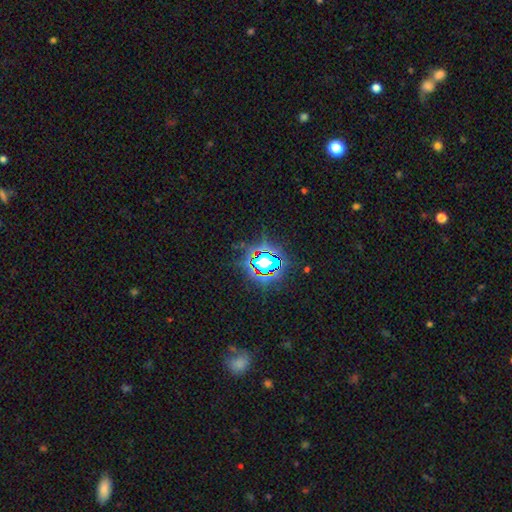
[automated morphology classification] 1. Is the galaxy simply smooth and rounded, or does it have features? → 73% star or artifact, 16% smooth, 11% featured or disk.